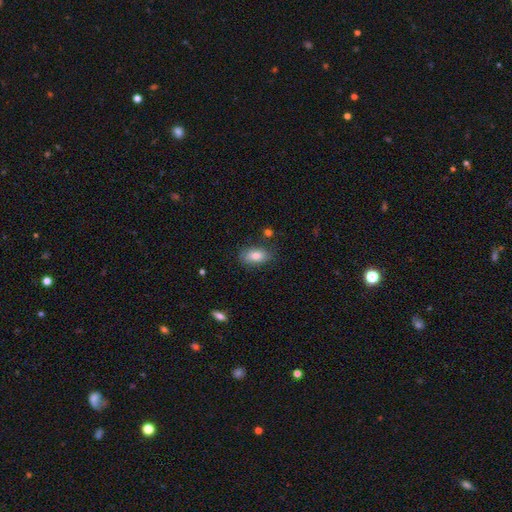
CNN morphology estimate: This appears to be a smooth galaxy with no disk features (77%) that is in between round and cigar-shaped (90%). Merging: none (74%).